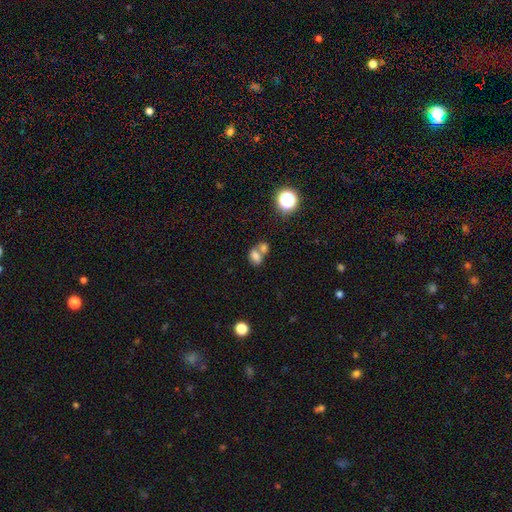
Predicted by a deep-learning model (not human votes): Smooth or featured?
  - smooth: 71% *
  - featured or disk: 15%
  - star or artifact: 14%
How rounded?
  - in between: 68% *
  - round: 30%
  - cigar-shaped: 1%
Merging?
  - merger: 61% *
  - none: 27%
  - minor disturbance: 8%
  - major disturbance: 5%